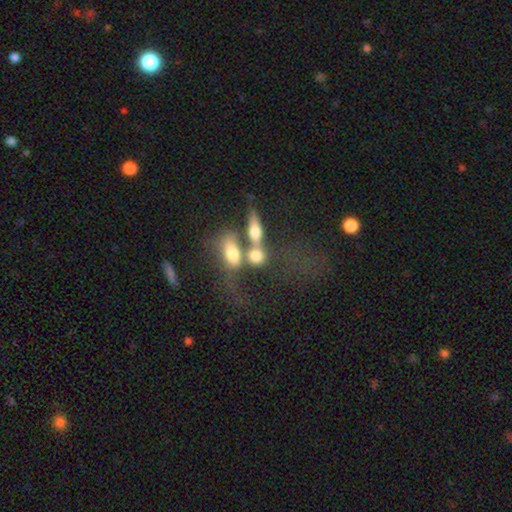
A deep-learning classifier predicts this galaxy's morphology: smooth-or-featured: smooth: 64% | featured or disk: 26% | star or artifact: 11%
  how-rounded: in between: 57% | round: 33% | cigar-shaped: 11%
  merging: merger: 61% | none: 21% | major disturbance: 10% | minor disturbance: 8%